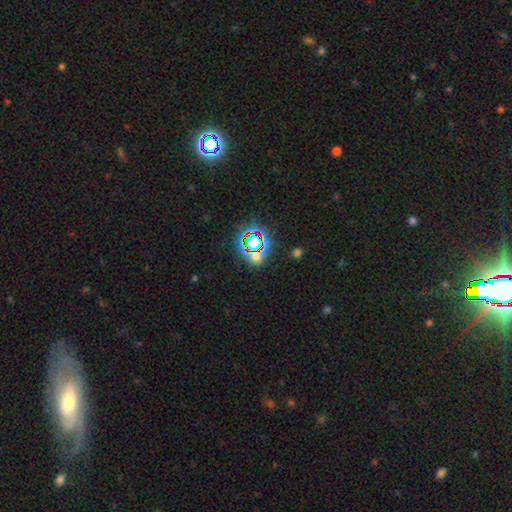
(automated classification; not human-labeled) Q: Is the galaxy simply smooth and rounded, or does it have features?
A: star or artifact — 63%.